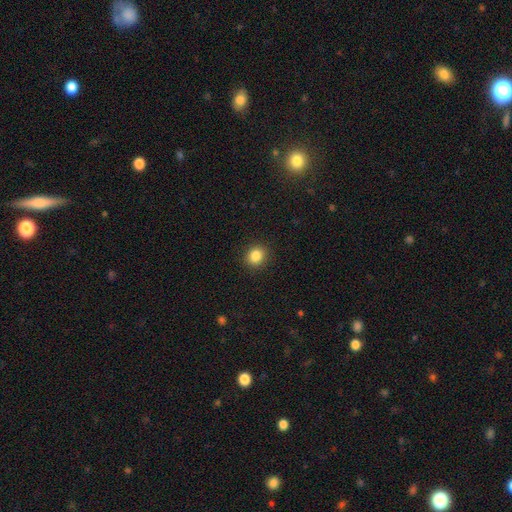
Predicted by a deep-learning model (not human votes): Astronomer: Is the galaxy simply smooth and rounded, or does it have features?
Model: smooth — 86%.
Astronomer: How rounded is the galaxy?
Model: round — 80%.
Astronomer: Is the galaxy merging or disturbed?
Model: none — 91%.